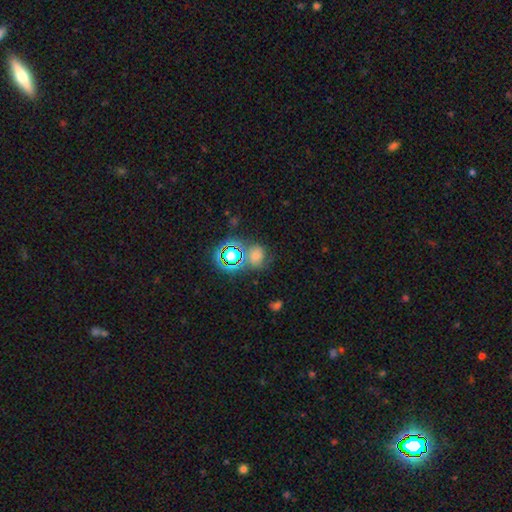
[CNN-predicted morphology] Q: Smooth or featured?
A: smooth (51%); runner-up: star or artifact (34%)
Q: How rounded?
A: round (71%); runner-up: in between (28%)
Q: Merging?
A: none (59%); runner-up: minor disturbance (18%)